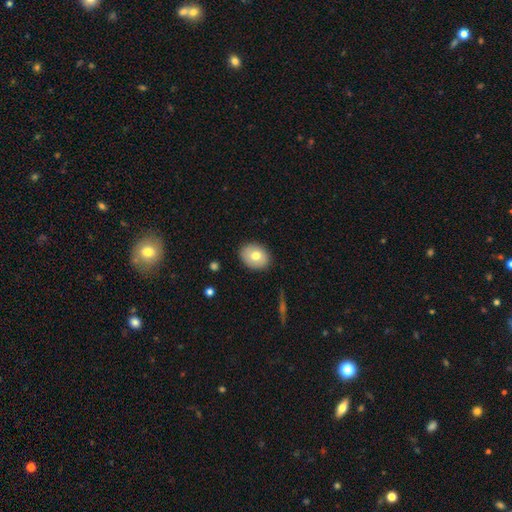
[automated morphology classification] Overall: smooth (72%). How rounded: in between (55%; round 44%). Merging: none (87%).